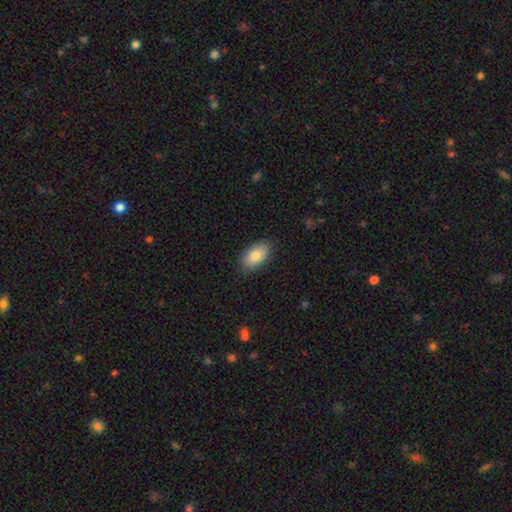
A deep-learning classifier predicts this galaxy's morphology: A smooth galaxy with no disk features (83%) that is in between round and cigar-shaped (94%).

Vote fractions:
- Smooth or featured? smooth: 83% / featured or disk: 10% / star or artifact: 7%
- How rounded? in between: 94% / round: 4% / cigar-shaped: 2%
- Merging? none: 87% / minor disturbance: 10% / major disturbance: 2% / merger: 1%